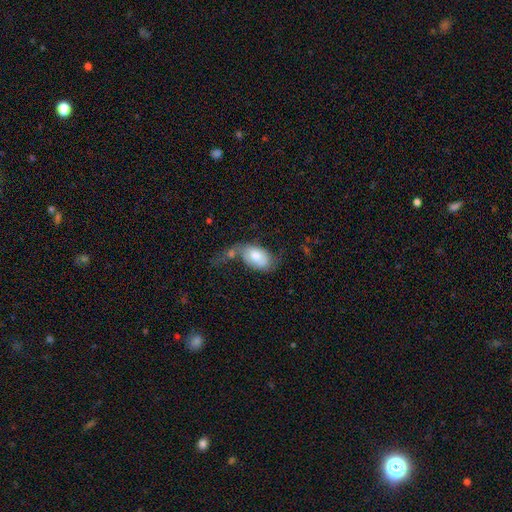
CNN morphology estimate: Smooth or featured: smooth — 59% (featured or disk — 35%)
How rounded: in between — 89% (round — 9%)
Merging: major disturbance — 30% (none — 26%)